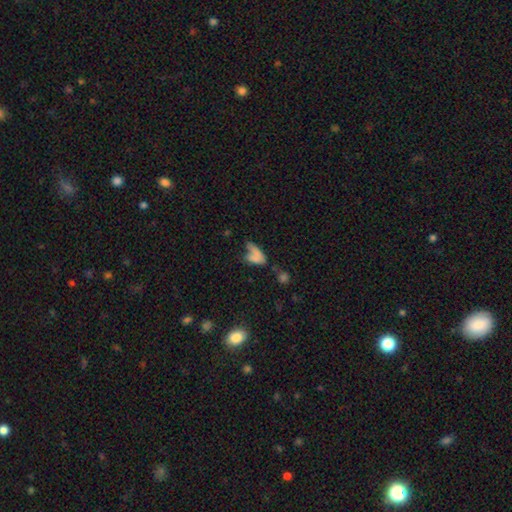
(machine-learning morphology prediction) This is likely a smooth galaxy (62%). How rounded: likely in between (80%). Merging: marginally major disturbance (30%).